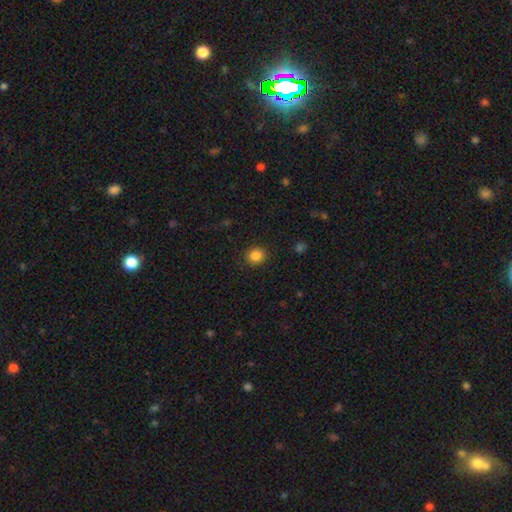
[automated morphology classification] smooth-or-featured: smooth: 85% | star or artifact: 11% | featured or disk: 4%
  how-rounded: round: 85% | in between: 14% | cigar-shaped: 1%
  merging: none: 90% | minor disturbance: 7% | major disturbance: 2% | merger: 1%